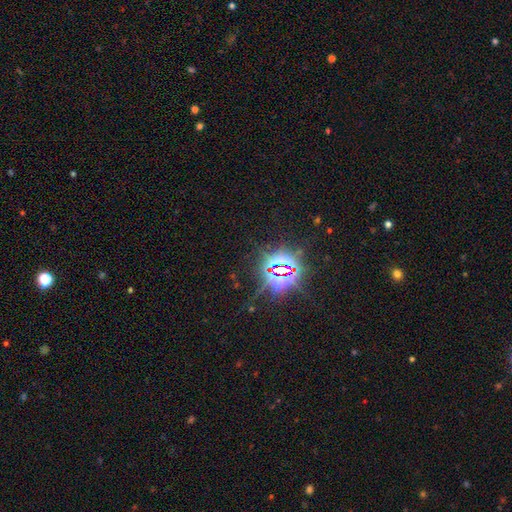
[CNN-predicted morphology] Smooth or featured? star or artifact (86%)